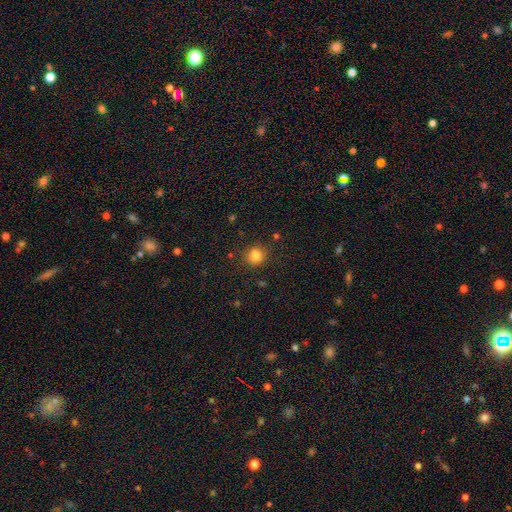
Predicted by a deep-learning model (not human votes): This is clearly a smooth galaxy (81%). How rounded: clearly round (82%). Merging: likely none (78%).